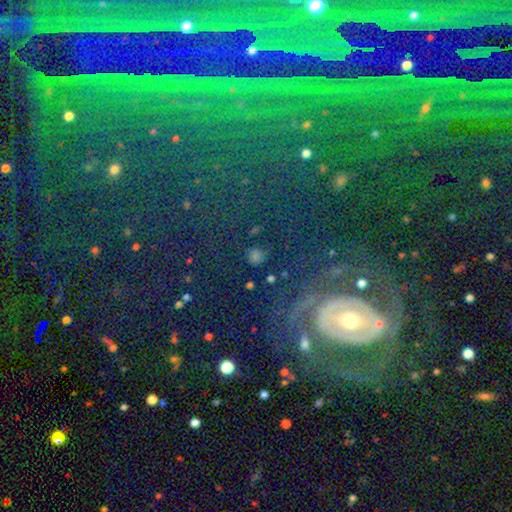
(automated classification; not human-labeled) A smooth galaxy with no disk features (46%). Merging: none (75%).